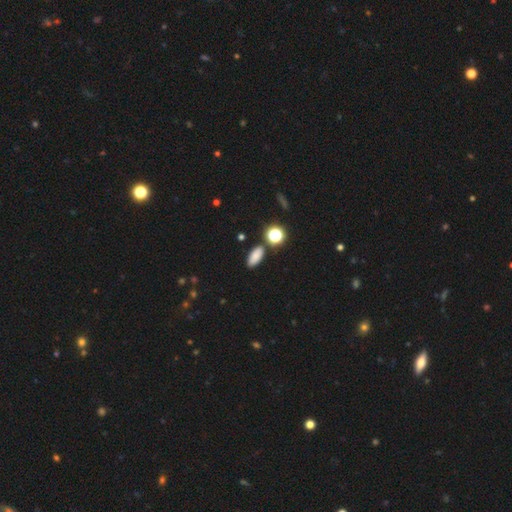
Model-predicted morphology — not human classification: This is clearly a smooth galaxy (81%). How rounded: clearly in between (83%). Merging: clearly none (82%).